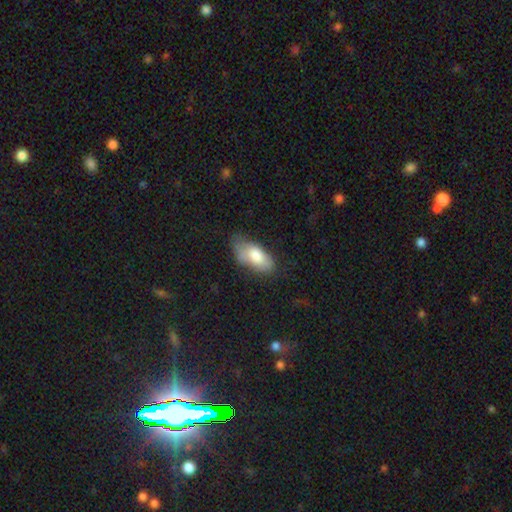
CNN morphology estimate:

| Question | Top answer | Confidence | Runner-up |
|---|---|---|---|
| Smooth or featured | smooth | 78% | featured or disk (16%) |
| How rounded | in between | 91% | cigar-shaped (7%) |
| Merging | none | 47% | minor disturbance (36%) |